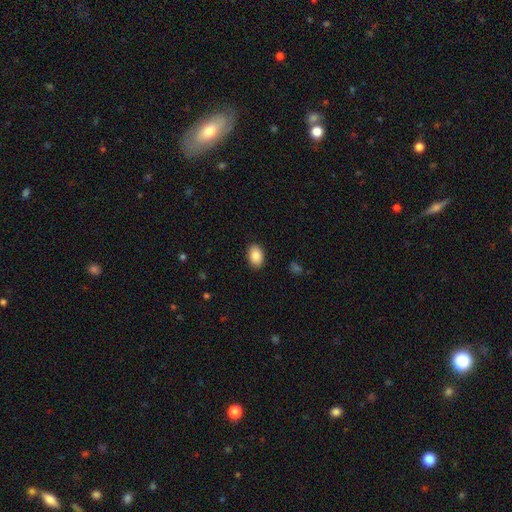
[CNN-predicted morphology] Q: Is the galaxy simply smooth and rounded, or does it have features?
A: smooth — 88%.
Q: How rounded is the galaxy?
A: in between — 88%.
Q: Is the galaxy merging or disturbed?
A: none — 90%.